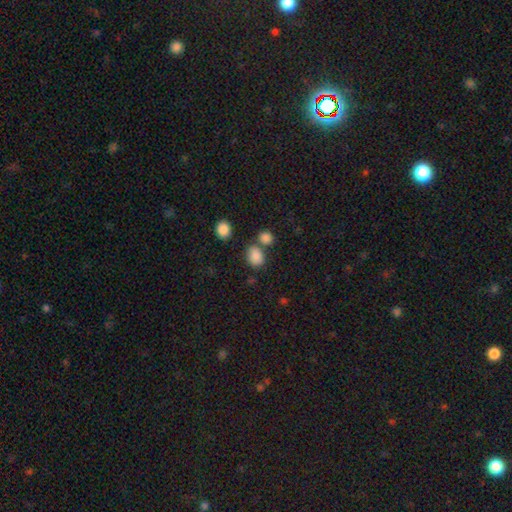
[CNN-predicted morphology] Smooth or featured?
  - smooth: 84% *
  - star or artifact: 10%
  - featured or disk: 6%
How rounded?
  - in between: 59% *
  - round: 40%
  - cigar-shaped: 1%
Merging?
  - none: 64% *
  - merger: 19%
  - minor disturbance: 13%
  - major disturbance: 4%